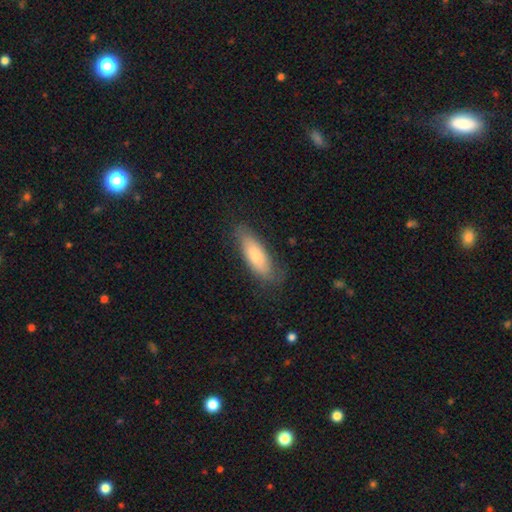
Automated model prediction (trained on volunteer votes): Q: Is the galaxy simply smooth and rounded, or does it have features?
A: smooth — 70%.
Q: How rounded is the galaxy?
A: in between — 65%.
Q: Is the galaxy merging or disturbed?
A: none — 74%.